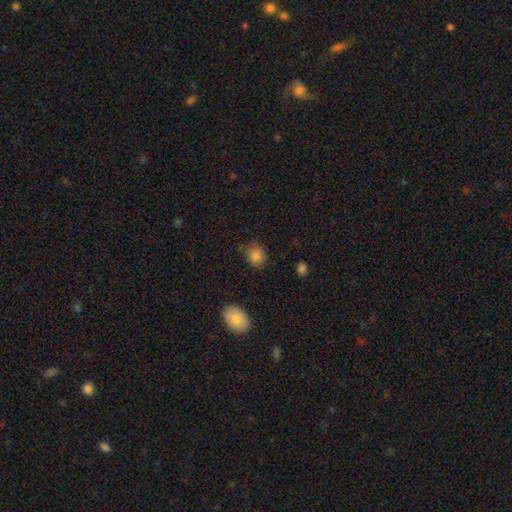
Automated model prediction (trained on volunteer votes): Smooth or featured? Predicted: smooth (p=0.84). How rounded? Predicted: round (p=0.68). Merging? Predicted: none (p=0.77).